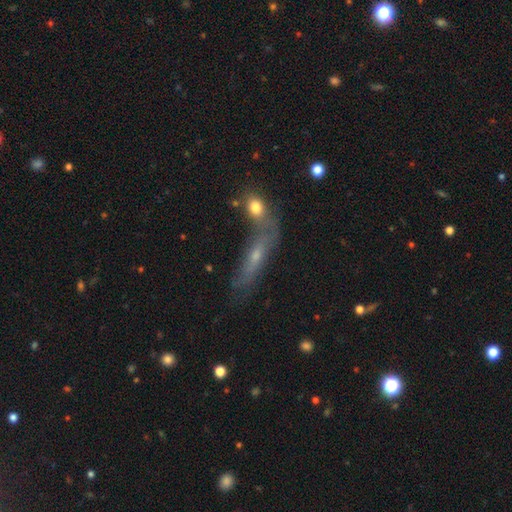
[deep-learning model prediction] Smooth or featured: featured or disk — 43% (smooth — 41%)
Merging: none — 43% (merger — 35%)